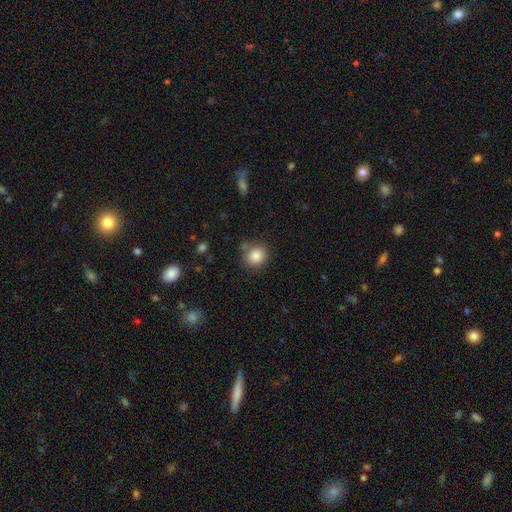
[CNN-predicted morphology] Overall: smooth (85%). How rounded: round (81%). Merging: none (78%).